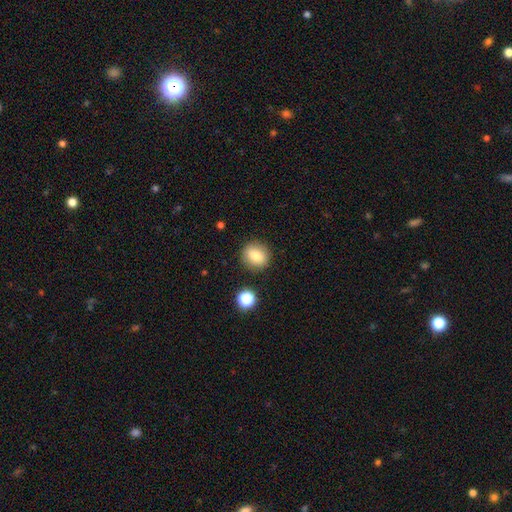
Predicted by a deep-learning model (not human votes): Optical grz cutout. It shows a smooth galaxy with no disk features (81%) that is round (80%). Merging: none (86%).